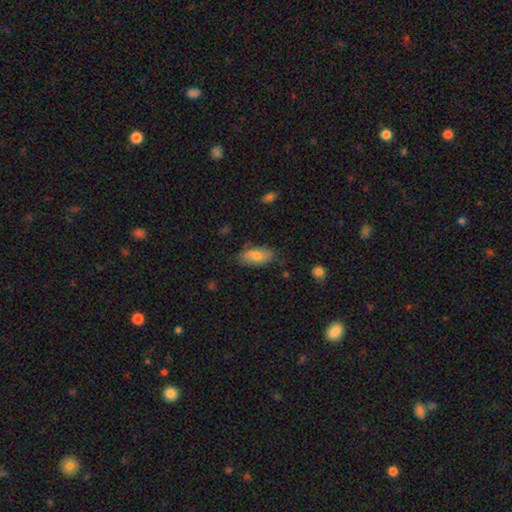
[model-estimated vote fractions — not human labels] Smooth or featured?
  - smooth: 75% *
  - featured or disk: 18%
  - star or artifact: 7%
How rounded?
  - in between: 89% *
  - cigar-shaped: 8%
  - round: 3%
Merging?
  - none: 75% *
  - minor disturbance: 18%
  - major disturbance: 4%
  - merger: 3%